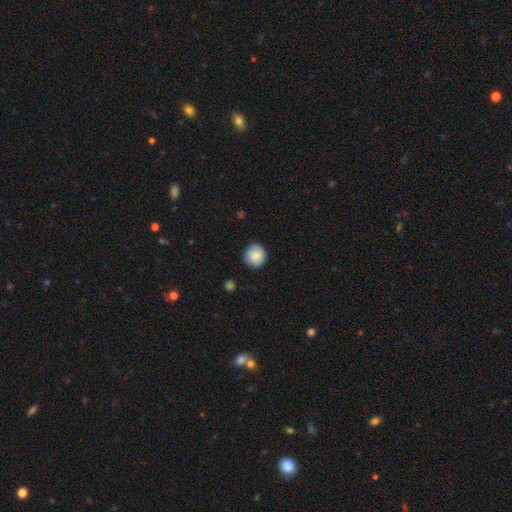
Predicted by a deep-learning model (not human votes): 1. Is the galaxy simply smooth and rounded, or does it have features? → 86% smooth, 7% star or artifact, 7% featured or disk.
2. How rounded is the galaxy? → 91% round, 8% in between, 1% cigar-shaped.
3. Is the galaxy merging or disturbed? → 88% none, 9% minor disturbance, 2% major disturbance, 1% merger.